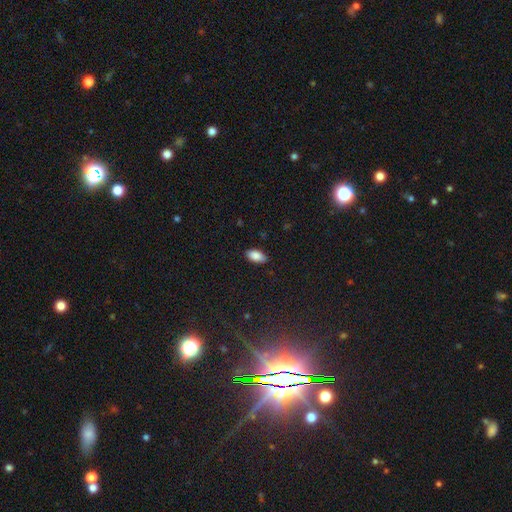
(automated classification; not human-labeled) The model was most divided on "merging": none: 84%, minor disturbance: 13%, major disturbance: 2%, merger: 1%. More confident: how rounded — in between (93%); smooth or featured — smooth (87%).